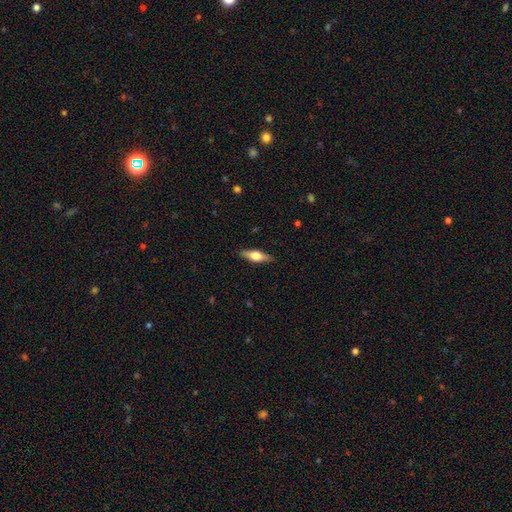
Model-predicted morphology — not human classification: A smooth galaxy with no disk features (49%). Merging: none (89%).